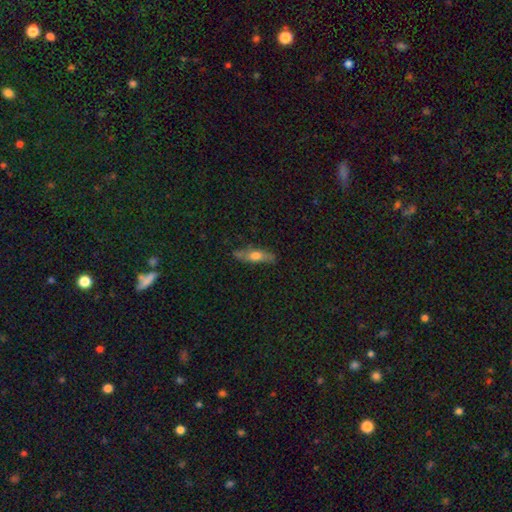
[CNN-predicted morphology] smooth_or_featured: smooth (p=0.58) [alt: featured or disk p=0.35]
how_rounded: cigar-shaped (p=0.60) [alt: in between p=0.37]
merging: none (p=0.76) [alt: minor disturbance p=0.18]